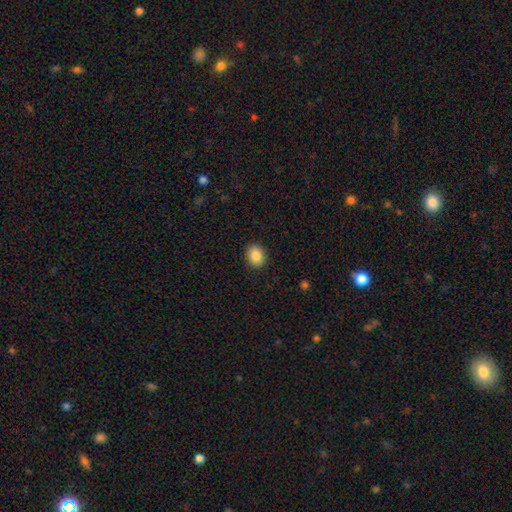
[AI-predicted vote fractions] smooth_or_featured: smooth (p=0.88) [alt: star or artifact p=0.08]
how_rounded: in between (p=0.53) [alt: round p=0.46]
merging: none (p=0.90) [alt: minor disturbance p=0.07]